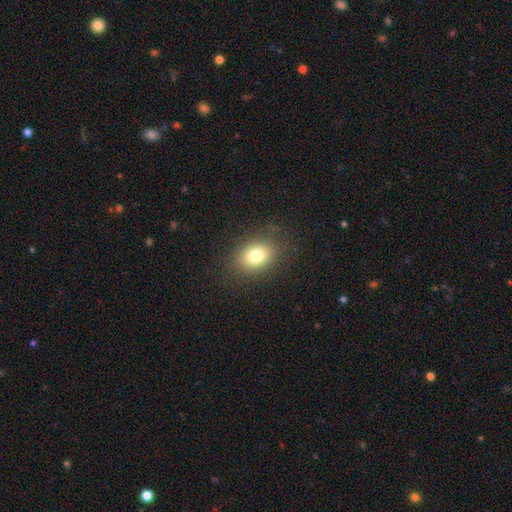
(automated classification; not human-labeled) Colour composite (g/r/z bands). It shows a smooth galaxy with no disk features (79%) that is in between round and cigar-shaped (69%). Merging: none (84%).